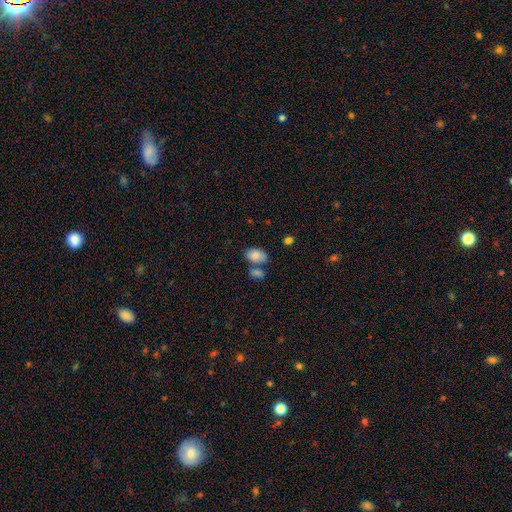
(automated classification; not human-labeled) A smooth galaxy with no disk features (84%) that is in between round and cigar-shaped (88%). Merging: none (49%).